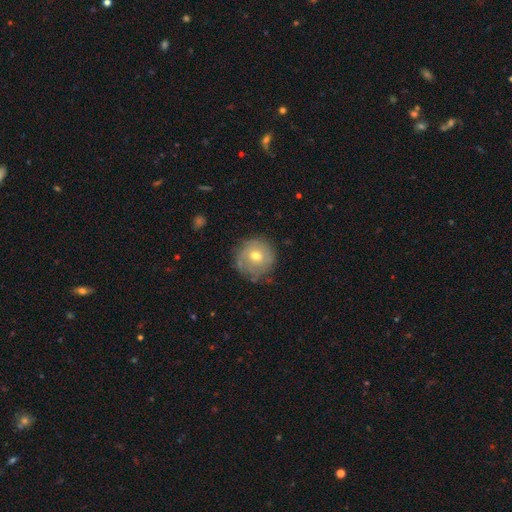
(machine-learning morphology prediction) Smooth or featured? smooth (57%)
How rounded? round (94%)
Merging? none (77%)